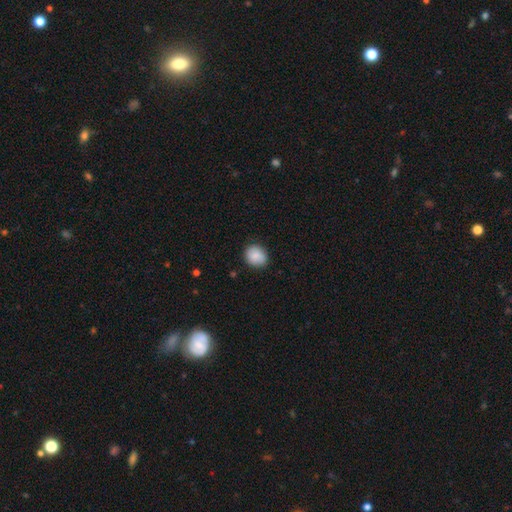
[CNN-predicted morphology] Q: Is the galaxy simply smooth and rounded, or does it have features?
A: smooth — 86%.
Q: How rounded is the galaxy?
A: round — 71%.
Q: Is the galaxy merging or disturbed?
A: none — 84%.